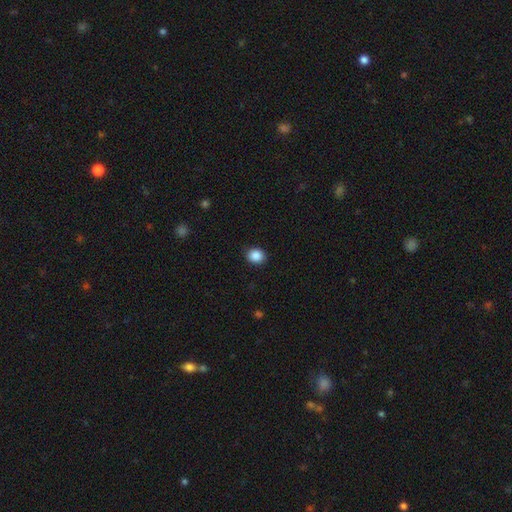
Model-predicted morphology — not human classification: The model was most divided on "how rounded": round: 72%, in between: 27%, cigar-shaped: 1%. More confident: merging — none (90%); smooth or featured — smooth (88%).